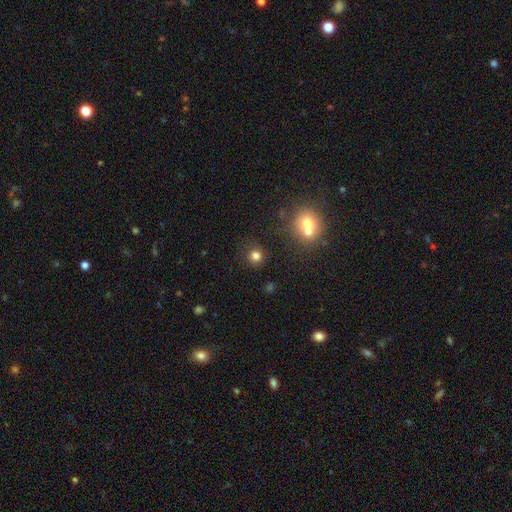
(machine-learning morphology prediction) Smooth or featured? Predicted: smooth (p=0.79). How rounded? Predicted: round (p=0.91). Merging? Predicted: none (p=0.82).